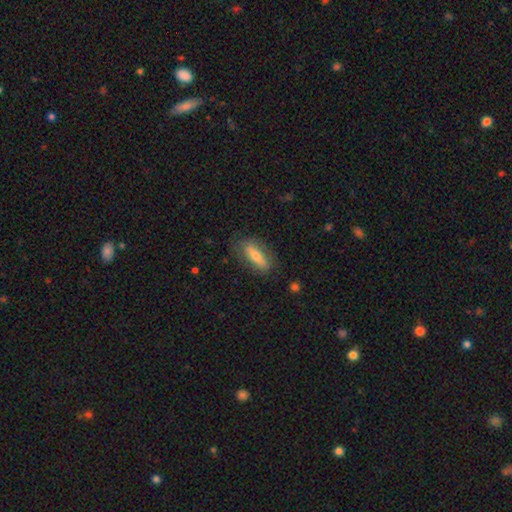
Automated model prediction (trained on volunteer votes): smooth_or_featured: smooth (p=0.60) [alt: featured or disk p=0.32]
how_rounded: in between (p=0.52) [alt: cigar-shaped p=0.45]
merging: none (p=0.79) [alt: minor disturbance p=0.15]